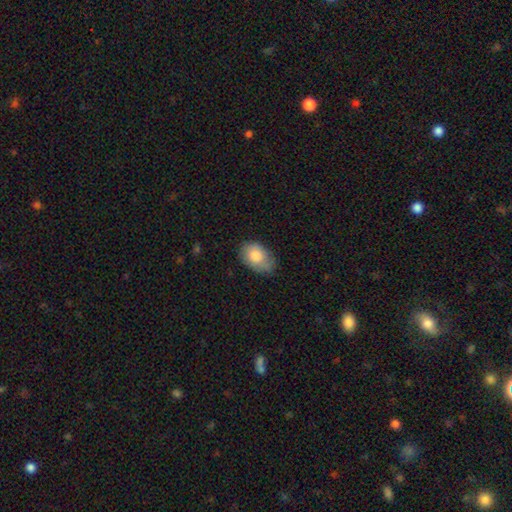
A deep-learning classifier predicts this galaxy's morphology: This is clearly a smooth galaxy (81%). How rounded: clearly in between (87%). Merging: likely none (65%).